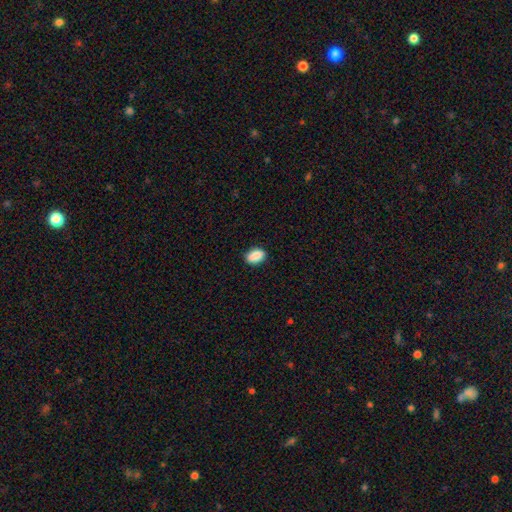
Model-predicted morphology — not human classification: This is clearly a smooth galaxy (87%). How rounded: clearly in between (85%). Merging: clearly none (86%).